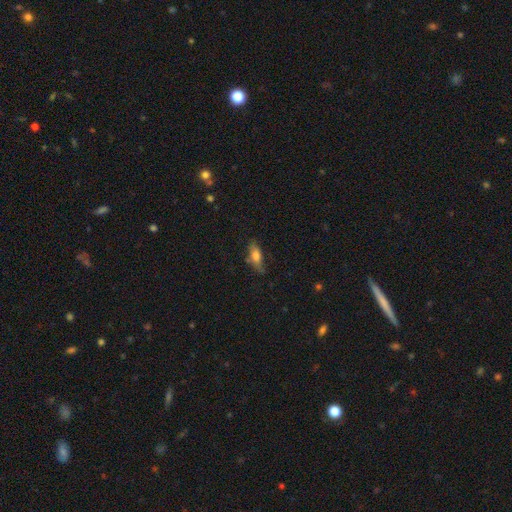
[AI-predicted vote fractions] A smooth galaxy with no disk features (67%) that is in between round and cigar-shaped (67%).

Vote fractions:
- Smooth or featured? smooth: 67% / featured or disk: 24% / star or artifact: 9%
- How rounded? in between: 67% / cigar-shaped: 29% / round: 4%
- Merging? none: 62% / minor disturbance: 27% / major disturbance: 8% / merger: 3%